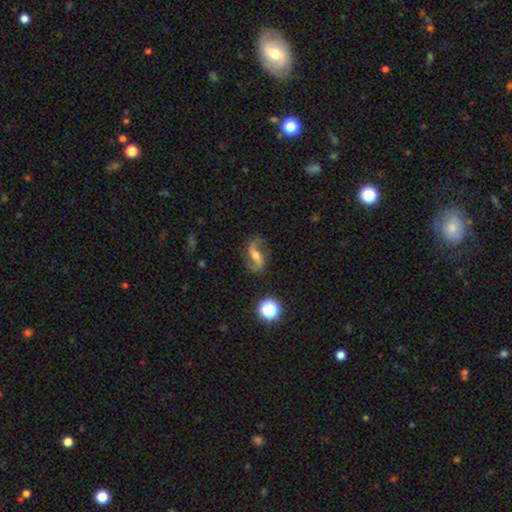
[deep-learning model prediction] Morphology: type=featured or disk (82%); edge-on=no (96%); bar=weak (39%); spiral arms=yes (95%); winding=loose (64%); arm count=2 (92%); bulge=moderate (53%); merging=none (79%).